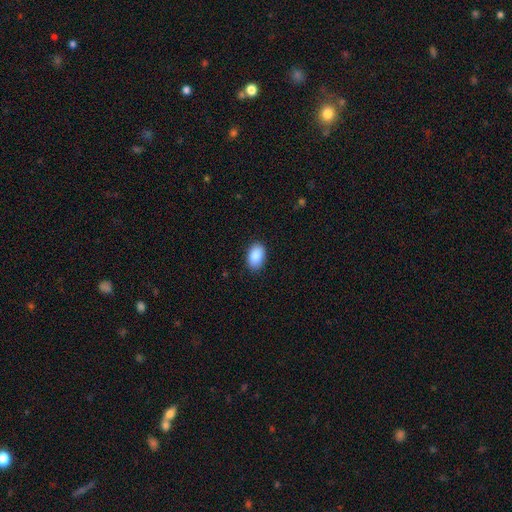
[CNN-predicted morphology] smooth 90%, star or artifact 7%, featured or disk 4%. Down the decision tree: how rounded — in between (91%); merging — none (88%).